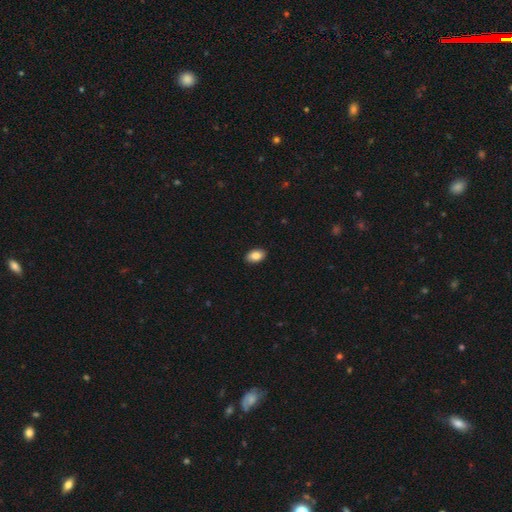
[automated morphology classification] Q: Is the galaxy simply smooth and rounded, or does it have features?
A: smooth — 84%.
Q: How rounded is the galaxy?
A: in between — 91%.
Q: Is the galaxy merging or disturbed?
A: none — 90%.